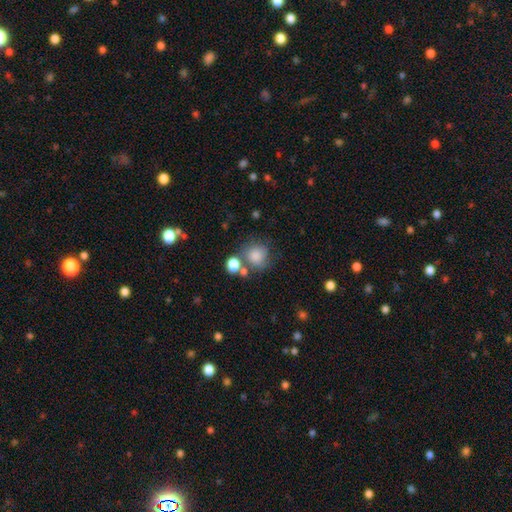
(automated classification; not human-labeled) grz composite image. It shows a smooth galaxy with no disk features (81%) that is round (86%). Merging: none (60%).